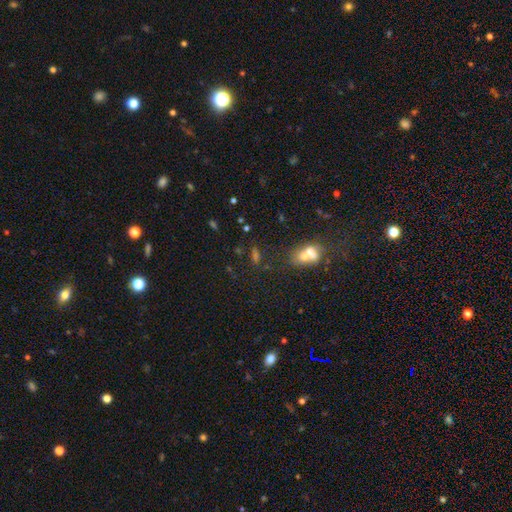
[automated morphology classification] Smooth or featured? smooth (46%)
Merging? none (48%)